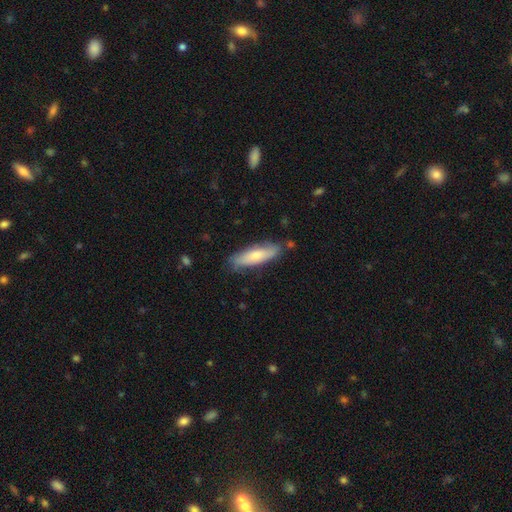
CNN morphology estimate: Overall: smooth (68%). How rounded: cigar-shaped (56%; in between 43%). Merging: none (77%).